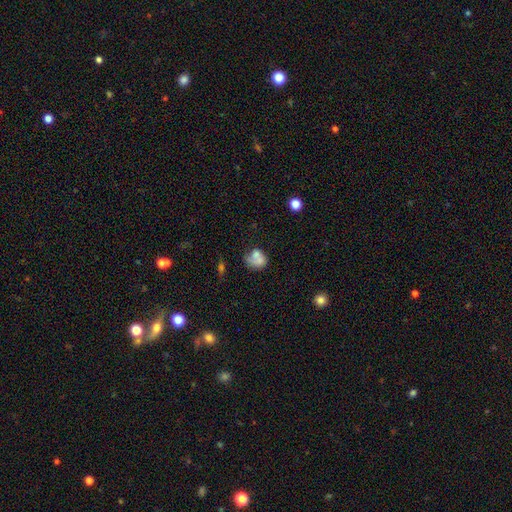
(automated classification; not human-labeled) Morphology: type=smooth (64%); roundness=round (57%); merging=merger (42%).